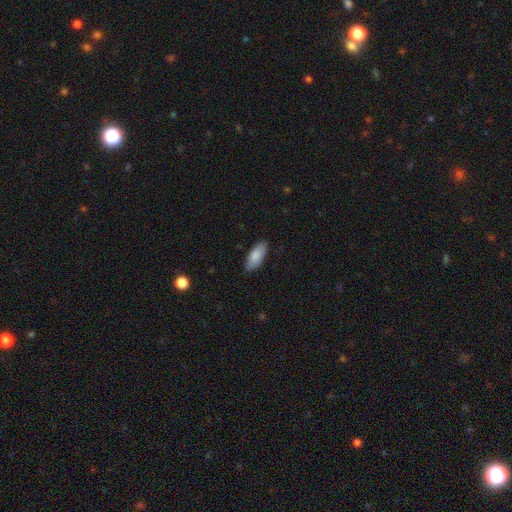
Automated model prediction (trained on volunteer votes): Overall: smooth (86%). How rounded: in between (85%). Merging: none (87%).